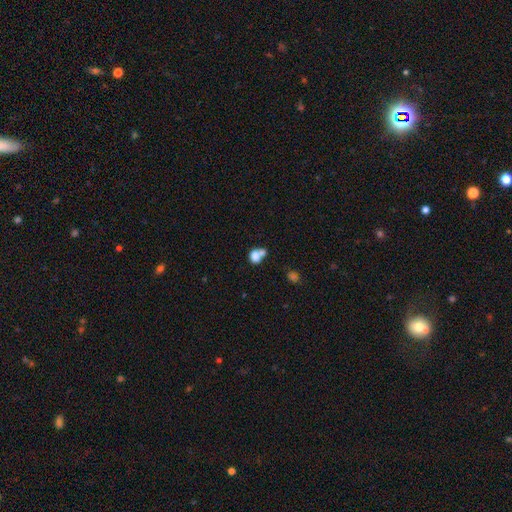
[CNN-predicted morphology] smooth 77%, featured or disk 12%, star or artifact 11%. Down the decision tree: how rounded — round (58%); merging — merger (54%).